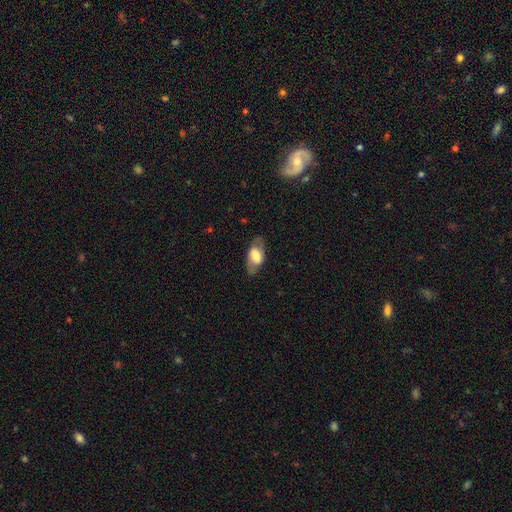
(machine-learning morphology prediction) smooth_or_featured: smooth (p=0.52) [alt: featured or disk p=0.42]
how_rounded: in between (p=0.88) [alt: cigar-shaped p=0.08]
merging: none (p=0.78) [alt: minor disturbance p=0.15]